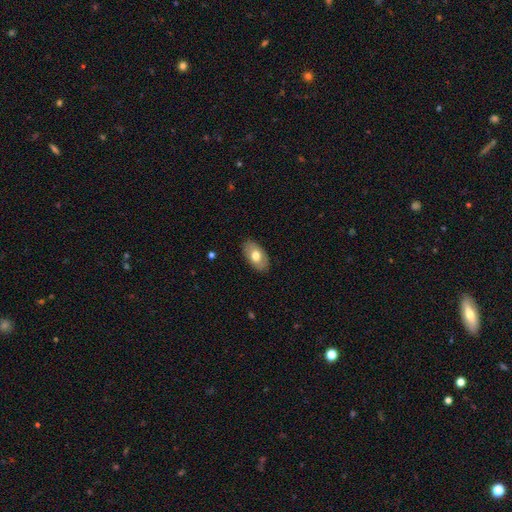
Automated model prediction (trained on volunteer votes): Smooth or featured: smooth — 69% (featured or disk — 24%)
How rounded: in between — 94% (round — 5%)
Merging: none — 86% (minor disturbance — 10%)